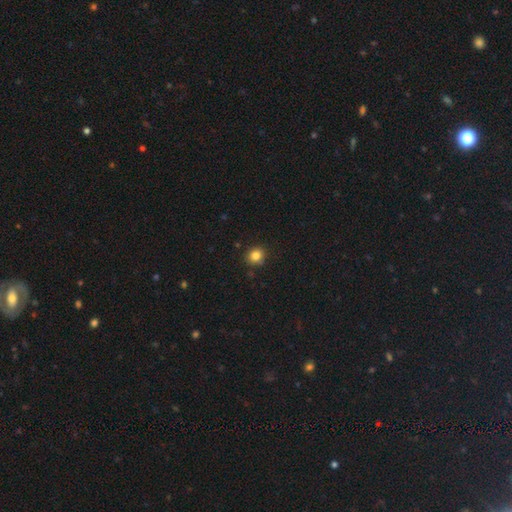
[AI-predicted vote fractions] A smooth galaxy with no disk features (83%) that is round (85%). Merging: none (88%).